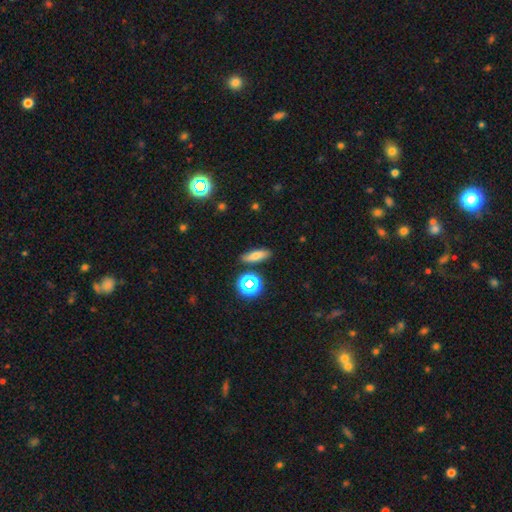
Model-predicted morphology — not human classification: Smooth or featured? smooth (68%)
How rounded? in between (45%, tied with cigar-shaped)
Merging? none (82%)